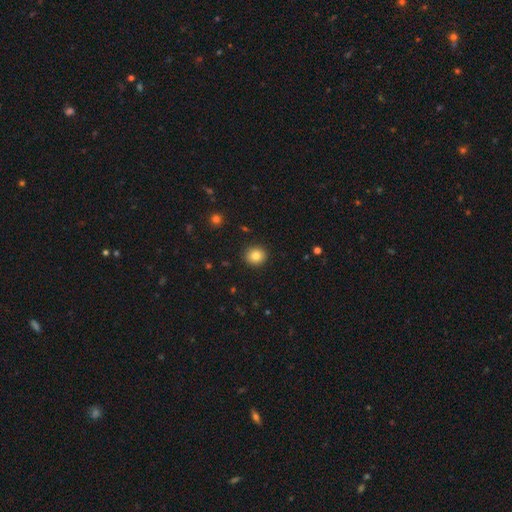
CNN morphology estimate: The model was most divided on "how rounded": round: 83%, in between: 16%, cigar-shaped: 1%. More confident: merging — none (91%); smooth or featured — smooth (84%).